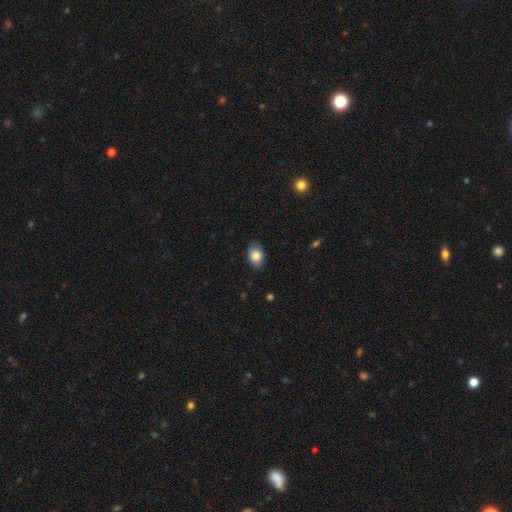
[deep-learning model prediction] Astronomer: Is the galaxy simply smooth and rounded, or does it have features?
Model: smooth — 83%.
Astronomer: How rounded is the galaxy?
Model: in between — 81%.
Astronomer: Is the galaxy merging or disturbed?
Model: none — 82%.